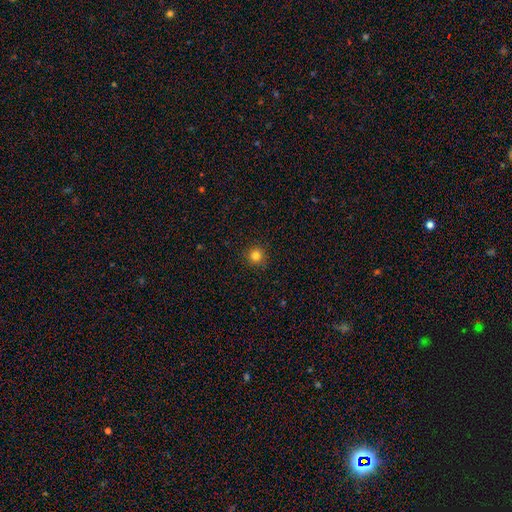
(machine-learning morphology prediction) Smooth or featured? Predicted: smooth (p=0.82). How rounded? Predicted: round (p=0.95). Merging? Predicted: none (p=0.92).